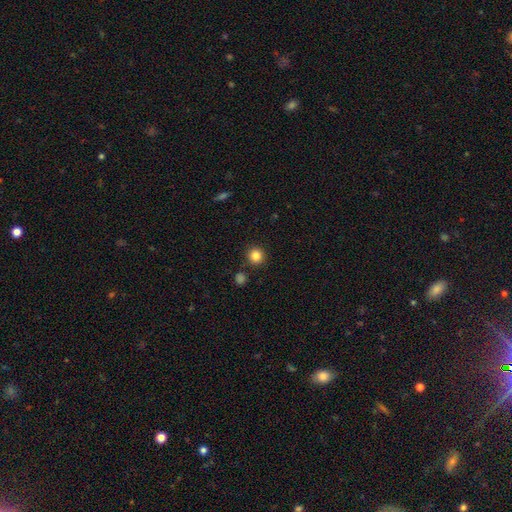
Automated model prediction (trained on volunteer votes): Q: Smooth or featured?
A: smooth (85%); runner-up: star or artifact (11%)
Q: How rounded?
A: round (93%); runner-up: in between (6%)
Q: Merging?
A: none (89%); runner-up: minor disturbance (6%)